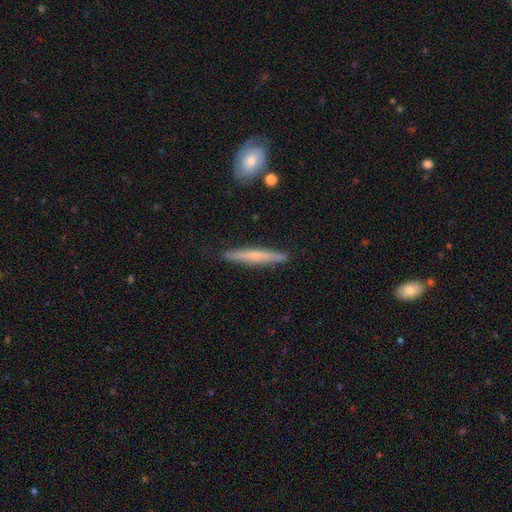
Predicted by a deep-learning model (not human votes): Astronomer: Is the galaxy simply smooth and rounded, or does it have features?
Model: featured or disk — 48% (runner-up: smooth, 46%).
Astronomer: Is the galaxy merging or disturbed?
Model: none — 88%.